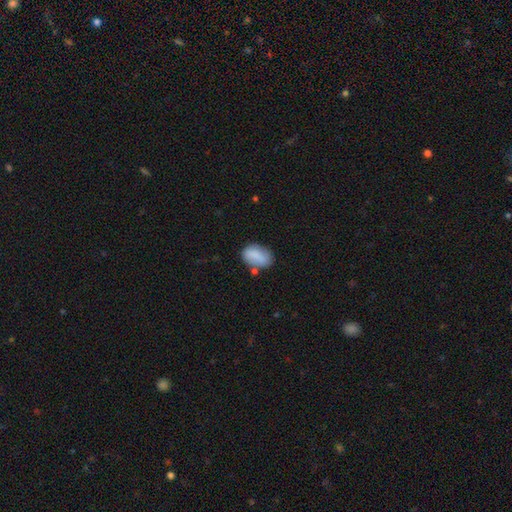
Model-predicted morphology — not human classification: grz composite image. It shows a smooth galaxy with no disk features (80%) that is in between round and cigar-shaped (87%). Merging: none (62%).